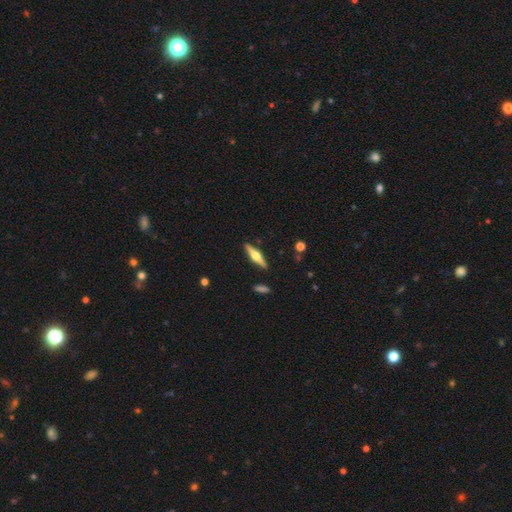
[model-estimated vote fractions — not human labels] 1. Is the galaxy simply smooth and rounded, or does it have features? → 69% featured or disk, 25% smooth, 5% star or artifact.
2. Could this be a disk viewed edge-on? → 97% yes, 3% no.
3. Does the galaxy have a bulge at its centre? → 94% rounded, 4% boxy, 2% none.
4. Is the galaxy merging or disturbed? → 90% none, 7% minor disturbance, 2% merger, 2% major disturbance.